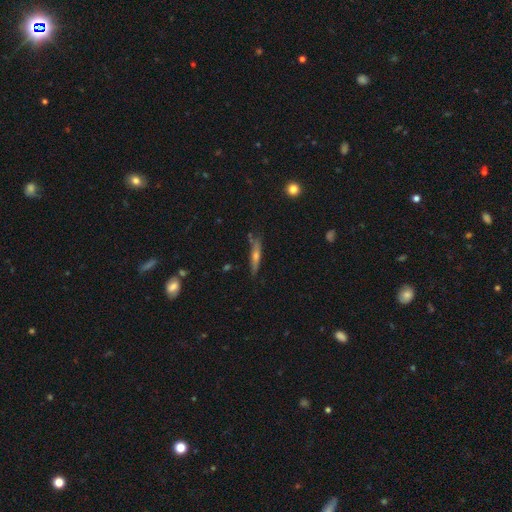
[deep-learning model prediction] Smooth or featured? featured or disk (55%)
Edge-on disk? yes (93%)
Edge-on bulge? rounded (83%)
Merging? none (77%)